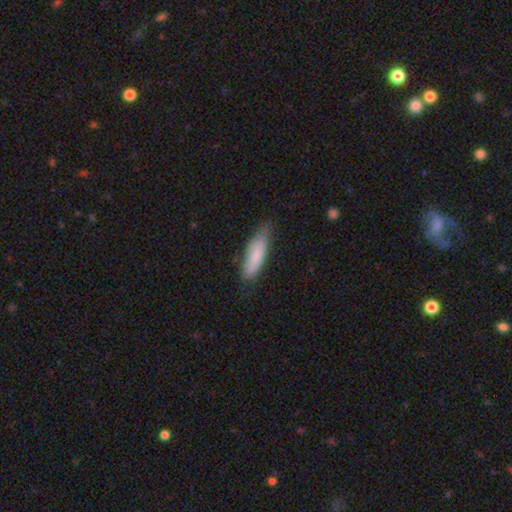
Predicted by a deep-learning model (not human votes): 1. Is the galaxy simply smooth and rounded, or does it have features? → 81% smooth, 13% featured or disk, 6% star or artifact.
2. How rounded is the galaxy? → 61% cigar-shaped, 37% in between, 1% round.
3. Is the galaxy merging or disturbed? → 71% none, 24% minor disturbance, 4% major disturbance, 1% merger.